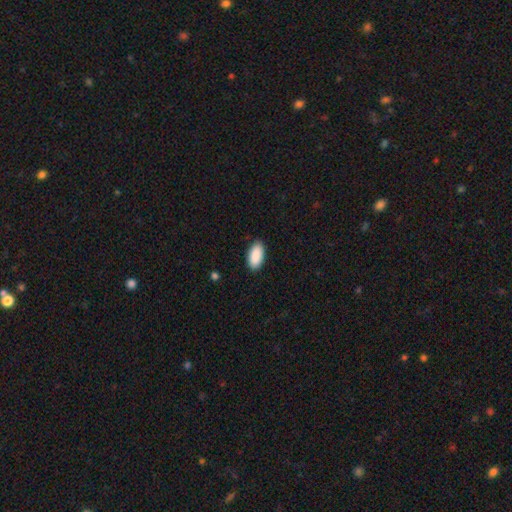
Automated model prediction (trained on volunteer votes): A smooth galaxy with no disk features (91%) that is in between round and cigar-shaped (95%). Merging: none (88%).